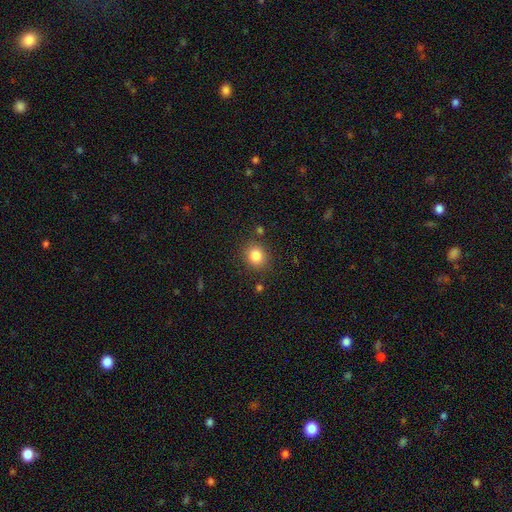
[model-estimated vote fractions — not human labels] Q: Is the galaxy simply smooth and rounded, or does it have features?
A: smooth — 83%.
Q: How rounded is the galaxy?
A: round — 74%.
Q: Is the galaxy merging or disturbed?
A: none — 85%.